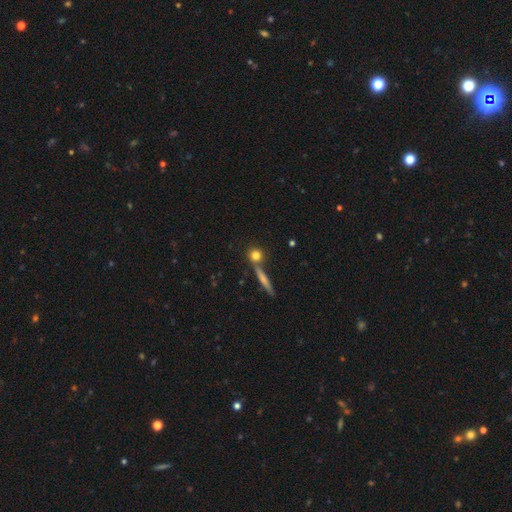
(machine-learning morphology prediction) Smooth or featured? smooth (75%)
How rounded? round (80%)
Merging? none (68%)